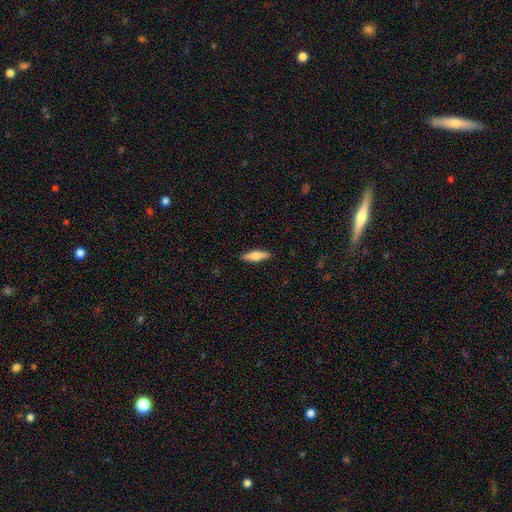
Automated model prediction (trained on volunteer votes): Smooth or featured? smooth (58%)
How rounded? cigar-shaped (64%)
Merging? none (89%)